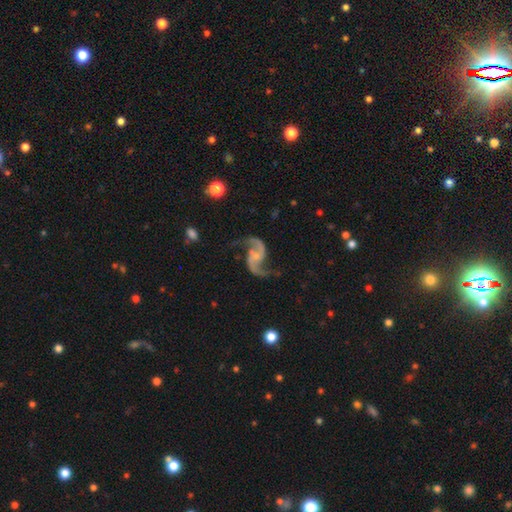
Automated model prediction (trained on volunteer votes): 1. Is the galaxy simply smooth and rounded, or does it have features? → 92% featured or disk, 5% star or artifact, 3% smooth.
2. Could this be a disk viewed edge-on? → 98% no, 2% yes.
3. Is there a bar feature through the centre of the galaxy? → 56% no, 34% weak, 10% strong.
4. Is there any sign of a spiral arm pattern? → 98% yes, 2% no.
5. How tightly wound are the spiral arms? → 76% loose, 21% medium, 4% tight.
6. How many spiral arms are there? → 94% 2, 1% 1, 1% can't tell, 1% 3, 1% 4, 1% more than 4.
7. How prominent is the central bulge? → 54% small, 27% none, 15% moderate, 2% large, 1% dominant.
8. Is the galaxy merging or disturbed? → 72% none, 16% minor disturbance, 9% major disturbance, 3% merger.